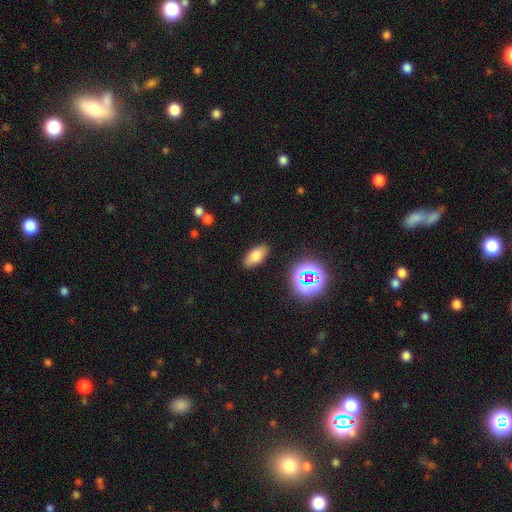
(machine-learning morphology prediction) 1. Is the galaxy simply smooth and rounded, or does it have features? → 74% smooth, 14% star or artifact, 12% featured or disk.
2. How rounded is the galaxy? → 88% in between, 7% cigar-shaped, 5% round.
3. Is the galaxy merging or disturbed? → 87% none, 9% minor disturbance, 3% major disturbance, 2% merger.